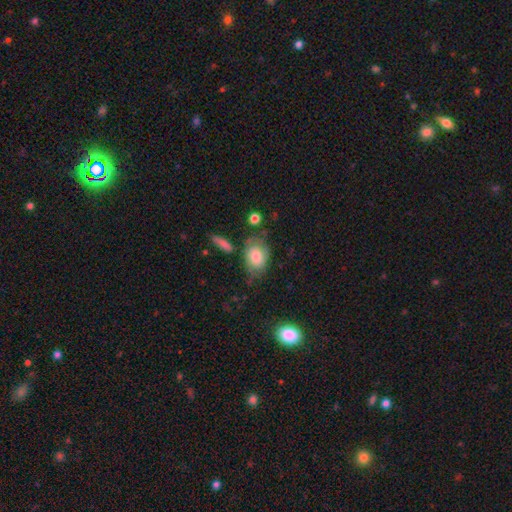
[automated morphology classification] type=smooth (73%); roundness=in between (81%); merging=none (56%).